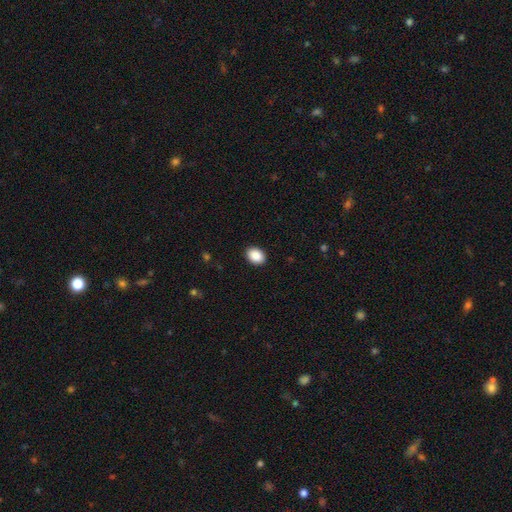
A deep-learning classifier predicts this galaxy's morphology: Overall: smooth (90%). How rounded: in between (72%). Merging: none (91%).